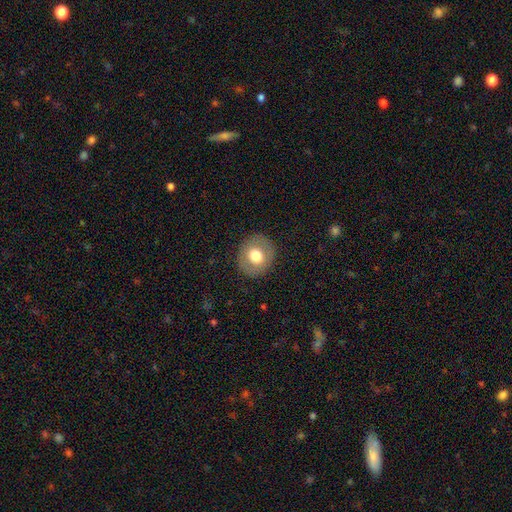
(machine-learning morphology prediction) smooth_or_featured: smooth (p=0.68) [alt: featured or disk p=0.25]
how_rounded: round (p=0.81) [alt: in between p=0.18]
merging: none (p=0.88) [alt: minor disturbance p=0.08]